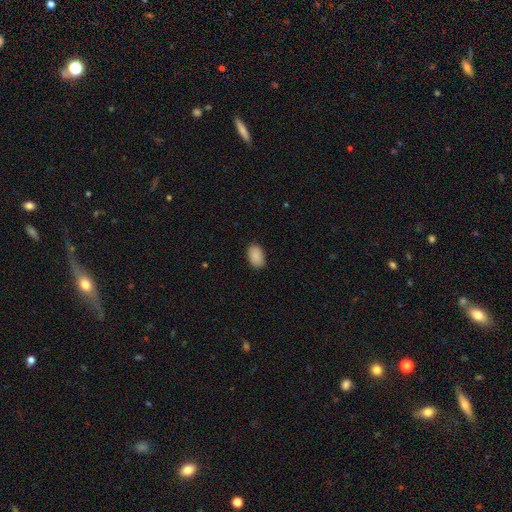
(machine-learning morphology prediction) Smooth or featured? smooth (90%)
How rounded? in between (92%)
Merging? none (86%)